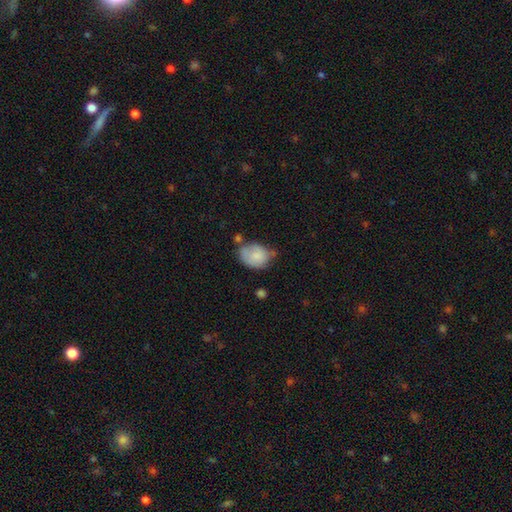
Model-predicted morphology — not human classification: A smooth galaxy with no disk features (77%) that is in between round and cigar-shaped (62%).

Vote fractions:
- Smooth or featured? smooth: 77% / featured or disk: 15% / star or artifact: 7%
- How rounded? in between: 62% / round: 37% / cigar-shaped: 1%
- Merging? none: 41% / minor disturbance: 35% / merger: 12% / major disturbance: 11%